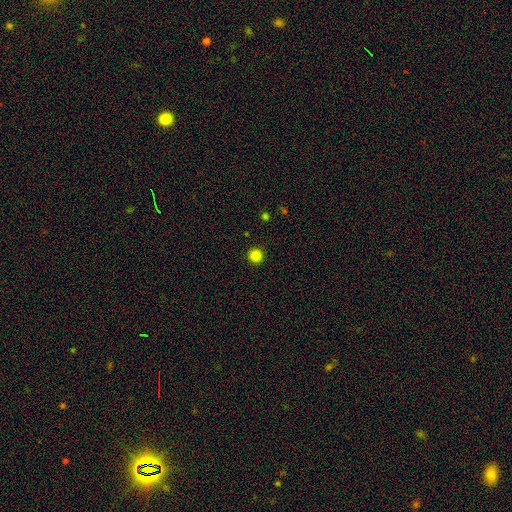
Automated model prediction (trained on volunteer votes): Q: Smooth or featured?
A: smooth (85%); runner-up: star or artifact (13%)
Q: How rounded?
A: round (96%); runner-up: in between (3%)
Q: Merging?
A: none (93%); runner-up: minor disturbance (5%)